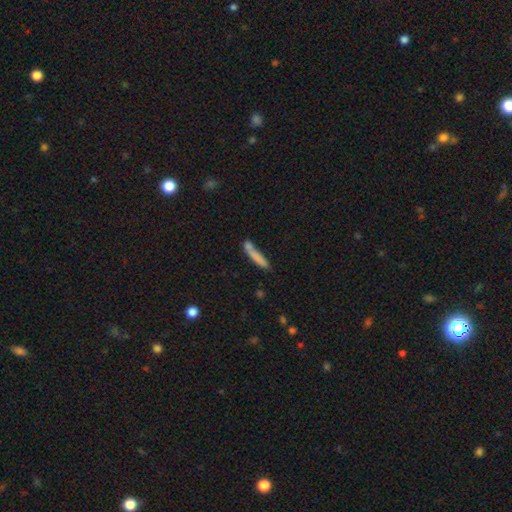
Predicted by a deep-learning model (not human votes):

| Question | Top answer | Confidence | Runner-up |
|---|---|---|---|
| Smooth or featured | smooth | 76% | featured or disk (16%) |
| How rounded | cigar-shaped | 89% | in between (9%) |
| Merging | none | 61% | merger (17%) |